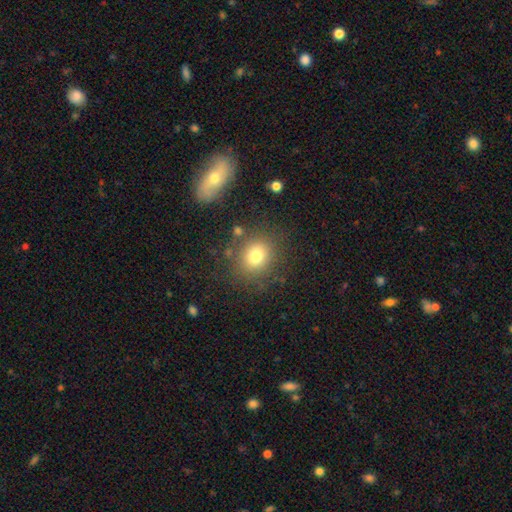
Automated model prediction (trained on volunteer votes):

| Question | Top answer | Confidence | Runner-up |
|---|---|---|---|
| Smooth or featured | smooth | 77% | star or artifact (14%) |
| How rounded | round | 74% | in between (25%) |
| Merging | none | 81% | minor disturbance (10%) |